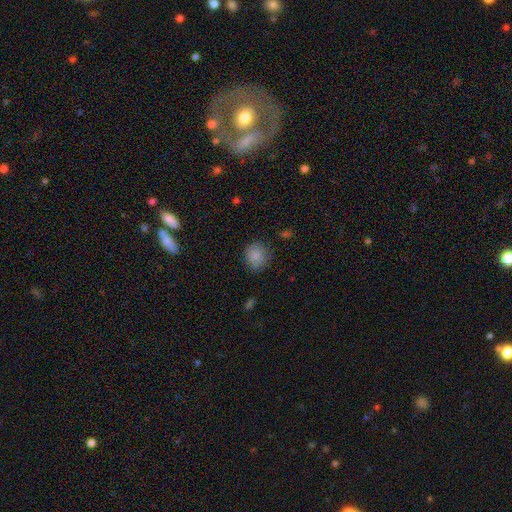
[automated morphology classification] The model was most divided on "merging": none: 77%, minor disturbance: 18%, major disturbance: 4%, merger: 1%. More confident: smooth or featured — smooth (84%); how rounded — round (82%).